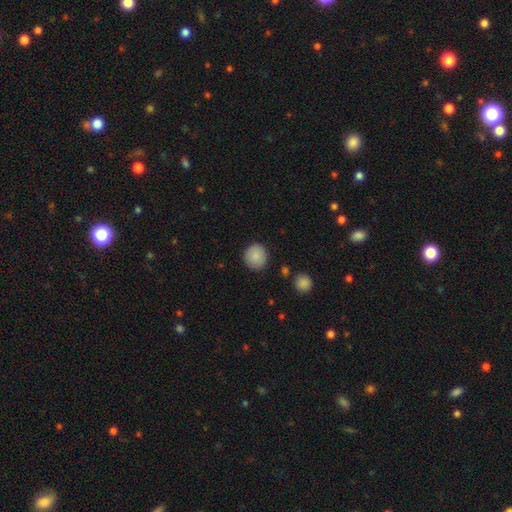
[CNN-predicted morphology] This is clearly a smooth galaxy (87%). How rounded: clearly round (89%). Merging: clearly none (88%).